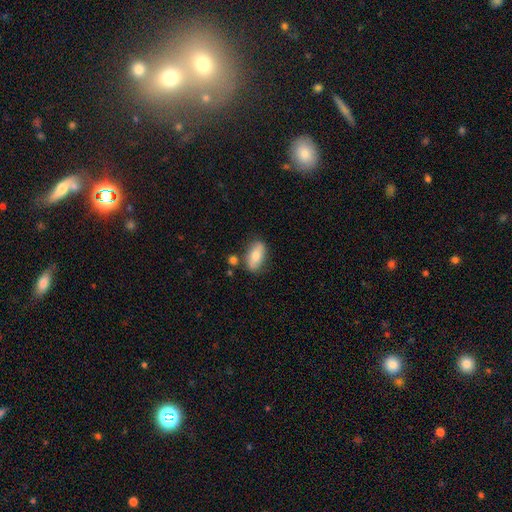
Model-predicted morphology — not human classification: Smooth or featured? Predicted: smooth (p=0.75). How rounded? Predicted: in between (p=0.87). Merging? Predicted: none (p=0.76).